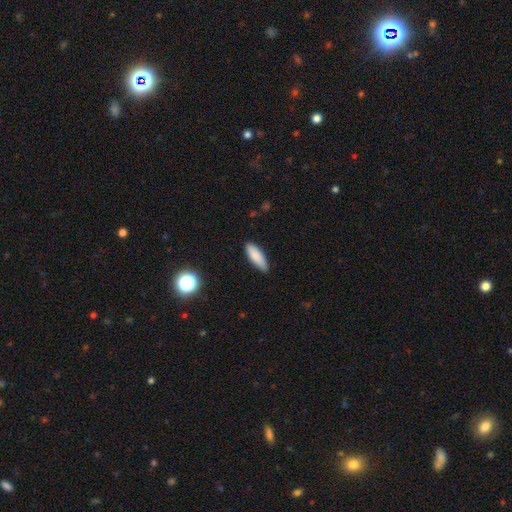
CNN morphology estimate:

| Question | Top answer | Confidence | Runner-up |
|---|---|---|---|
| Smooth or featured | smooth | 86% | featured or disk (7%) |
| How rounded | in between | 57% | cigar-shaped (42%) |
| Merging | none | 82% | minor disturbance (15%) |